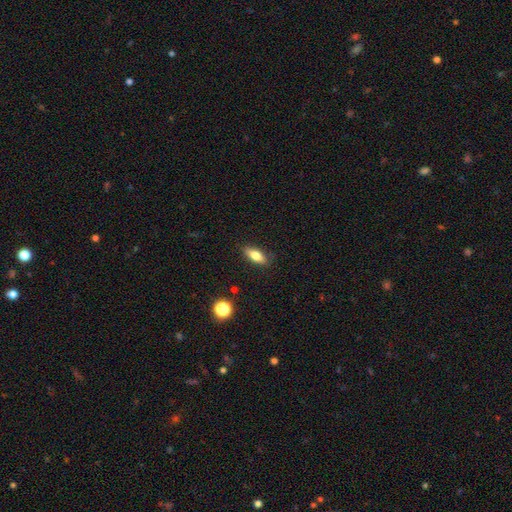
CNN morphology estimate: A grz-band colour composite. It shows a smooth galaxy with no disk features (75%) that is in between round and cigar-shaped (73%). Merging: none (86%).